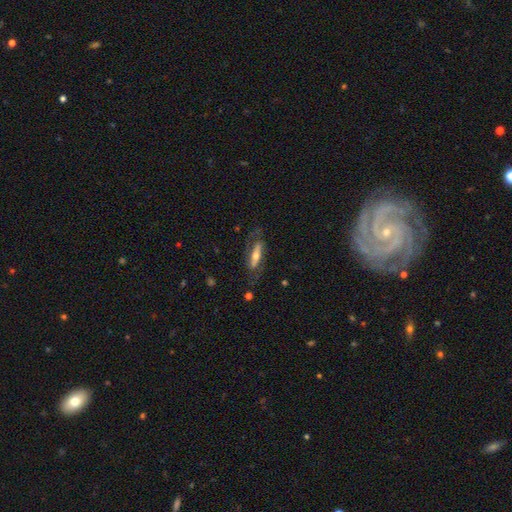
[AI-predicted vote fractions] The model was most divided on "edge-on disk": no: 62%, yes: 38%. More confident: merging — none (63%); smooth or featured — featured or disk (62%).